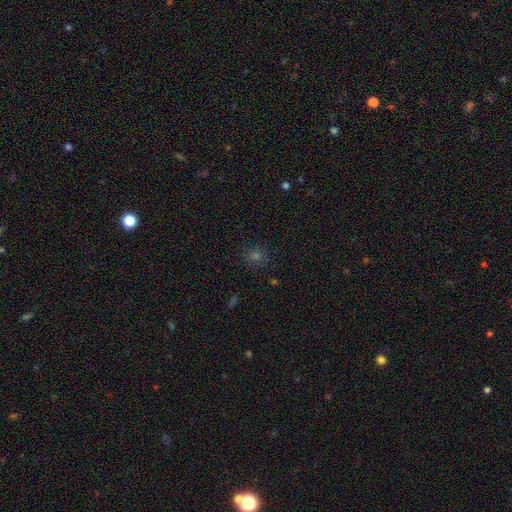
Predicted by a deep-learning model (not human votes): Smooth or featured? Predicted: smooth (p=0.57). How rounded? Predicted: round (p=0.84). Merging? Predicted: none (p=0.87).